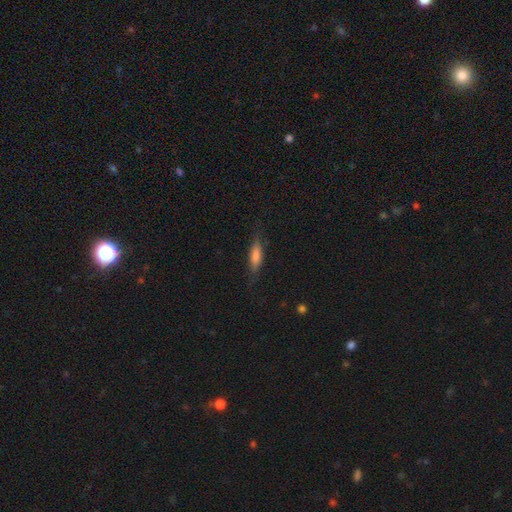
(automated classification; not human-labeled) smooth 71%, featured or disk 22%, star or artifact 7%. Down the decision tree: how rounded — cigar-shaped (56%); merging — none (77%).